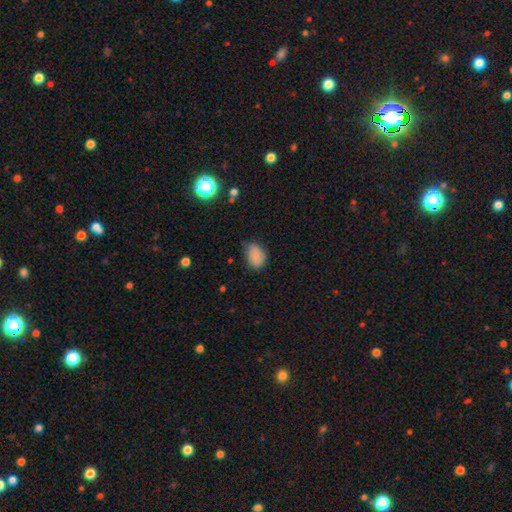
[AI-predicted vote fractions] Overall: smooth (83%). How rounded: in between (77%). Merging: none (64%; minor disturbance 29%).